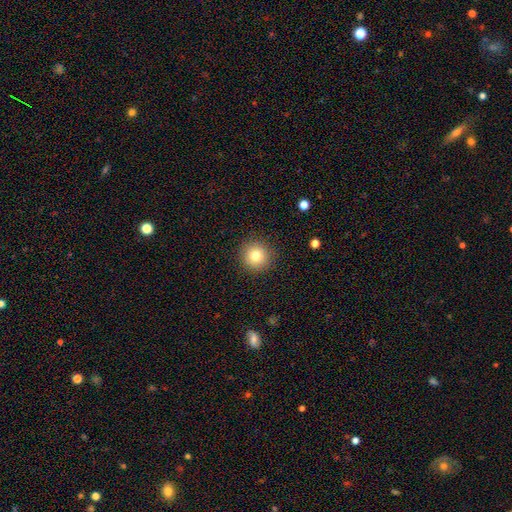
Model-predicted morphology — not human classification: This appears to be a smooth galaxy with no disk features (80%) that is round (94%). Merging: none (91%).